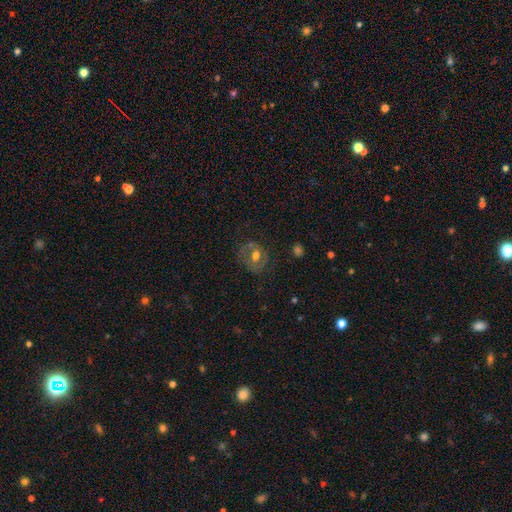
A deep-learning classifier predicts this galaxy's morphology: Smooth or featured? smooth (48%)
Merging? none (66%)